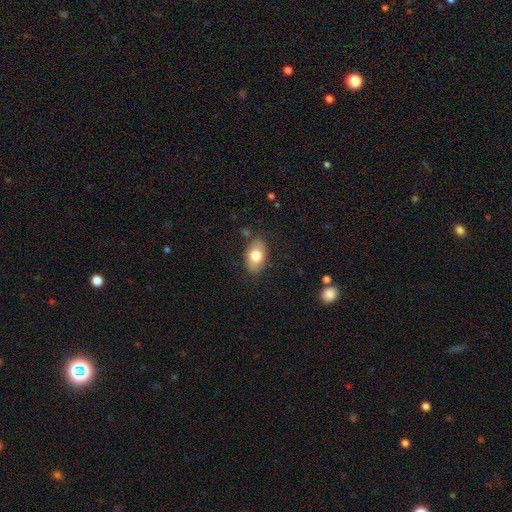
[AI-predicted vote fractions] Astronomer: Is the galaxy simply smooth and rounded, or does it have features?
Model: smooth — 78%.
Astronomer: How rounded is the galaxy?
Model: in between — 90%.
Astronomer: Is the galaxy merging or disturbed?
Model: none — 81%.